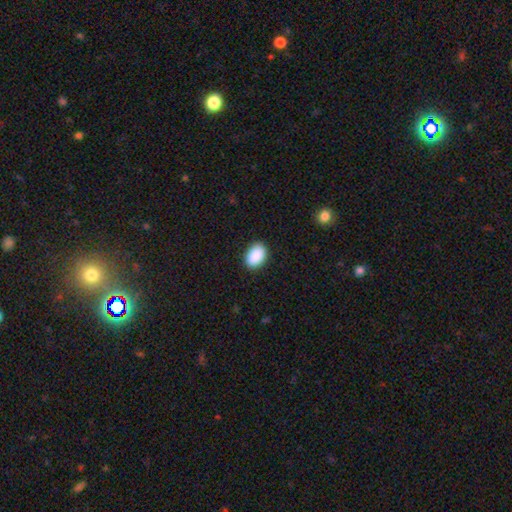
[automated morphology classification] Overall: smooth (91%). How rounded: in between (87%). Merging: none (89%).